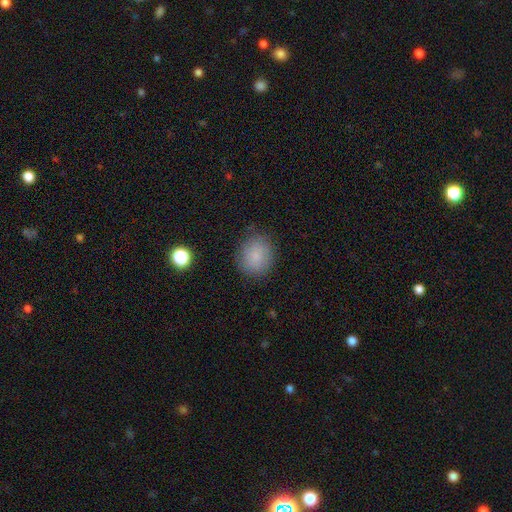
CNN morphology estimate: smooth 84%, star or artifact 10%, featured or disk 7%. Down the decision tree: how rounded — round (74%); merging — none (83%).